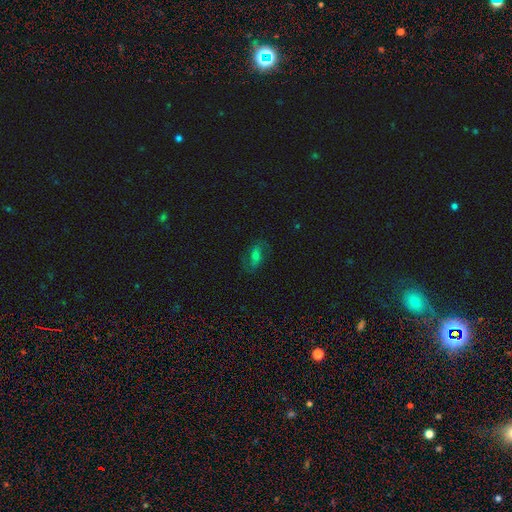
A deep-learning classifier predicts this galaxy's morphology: This is possibly a featured or disk galaxy (48%). Merging: likely none (74%).